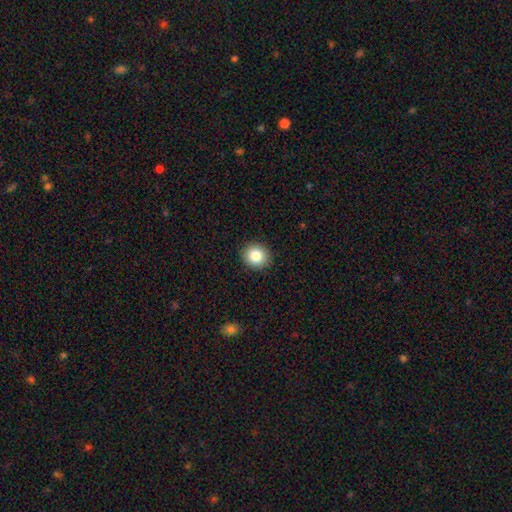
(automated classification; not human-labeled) Smooth or featured? smooth (84%)
How rounded? round (77%)
Merging? none (91%)